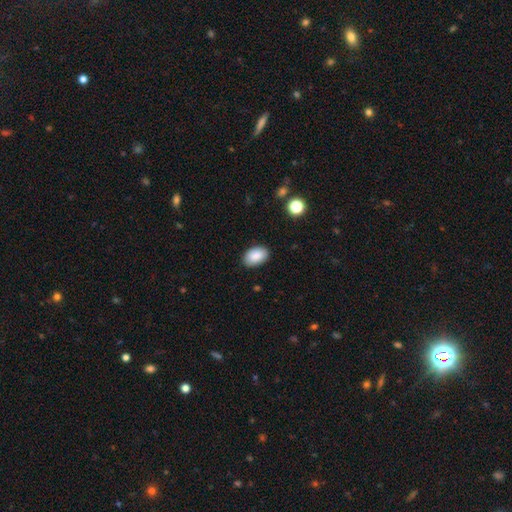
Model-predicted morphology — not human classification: This appears to be a smooth galaxy with no disk features (89%) that is in between round and cigar-shaped (90%). Merging: none (86%).